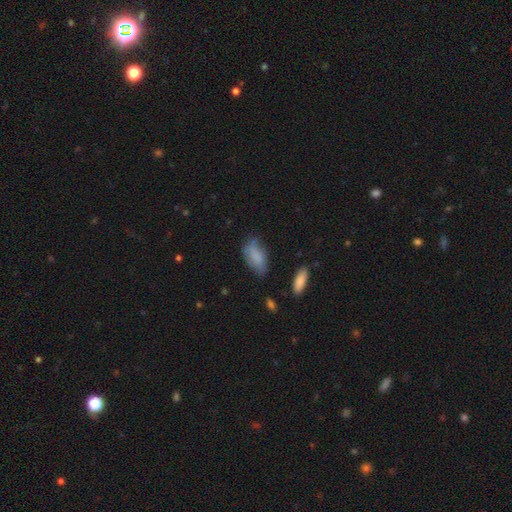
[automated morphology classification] smooth_or_featured: smooth (p=0.79) [alt: featured or disk p=0.13]
how_rounded: in between (p=0.88) [alt: cigar-shaped p=0.08]
merging: none (p=0.56) [alt: minor disturbance p=0.31]